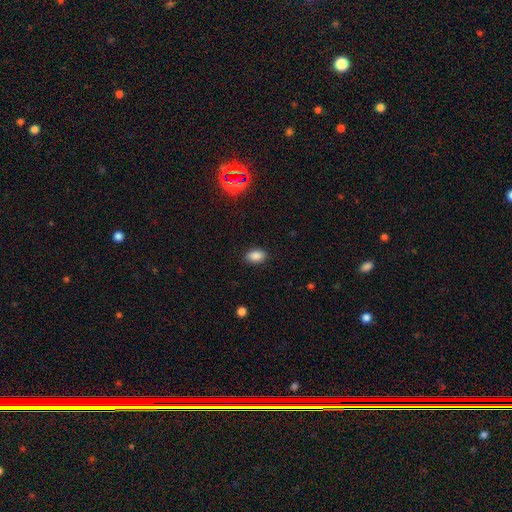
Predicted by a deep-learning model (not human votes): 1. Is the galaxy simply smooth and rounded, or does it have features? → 85% smooth, 11% star or artifact, 4% featured or disk.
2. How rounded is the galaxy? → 86% in between, 12% round, 1% cigar-shaped.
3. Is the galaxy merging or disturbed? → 88% none, 8% minor disturbance, 2% major disturbance, 1% merger.